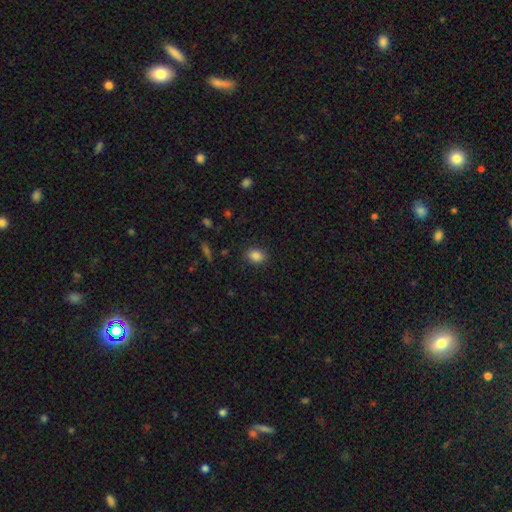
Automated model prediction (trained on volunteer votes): smooth-or-featured: smooth: 86% | star or artifact: 10% | featured or disk: 4%
  how-rounded: in between: 67% | round: 32% | cigar-shaped: 1%
  merging: none: 87% | minor disturbance: 9% | major disturbance: 3% | merger: 1%